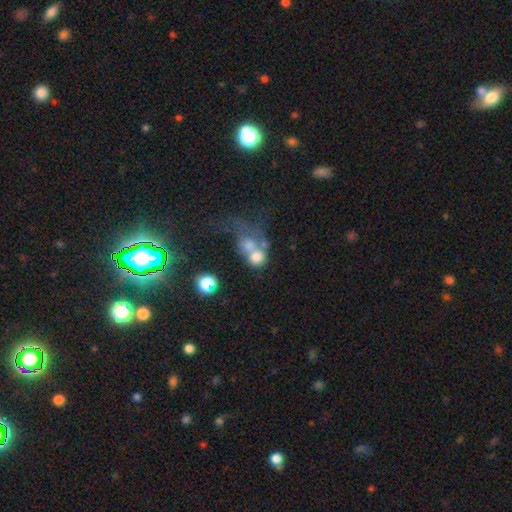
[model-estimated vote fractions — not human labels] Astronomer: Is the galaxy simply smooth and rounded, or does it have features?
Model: smooth — 64%.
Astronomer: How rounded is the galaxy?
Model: round — 65%.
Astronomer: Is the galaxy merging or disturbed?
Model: merger — 61%.